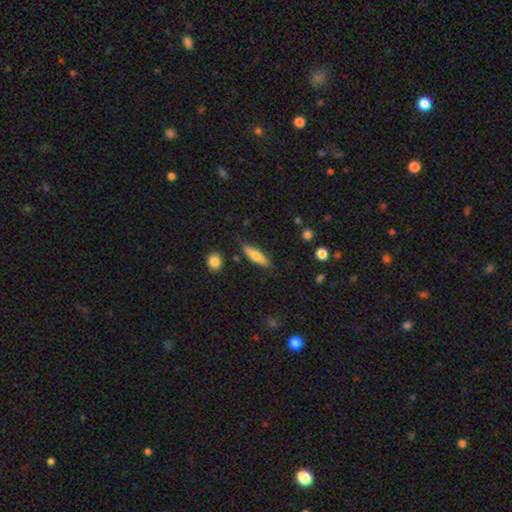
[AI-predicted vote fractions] Smooth or featured? smooth (65%)
How rounded? cigar-shaped (62%)
Merging? none (76%)